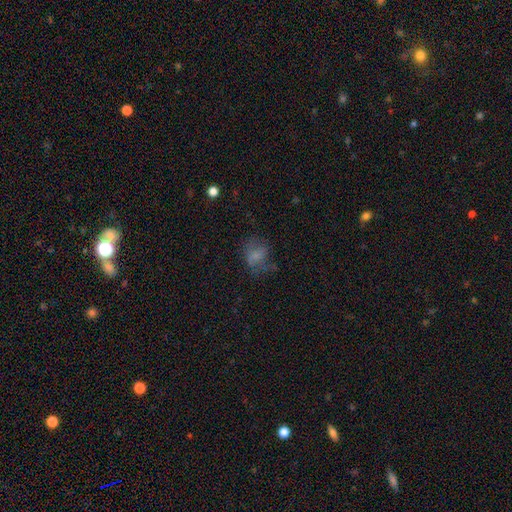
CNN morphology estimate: Smooth or featured?
  - smooth: 60% *
  - featured or disk: 25%
  - star or artifact: 15%
How rounded?
  - in between: 59% *
  - round: 39%
  - cigar-shaped: 2%
Merging?
  - none: 45% *
  - major disturbance: 28%
  - minor disturbance: 24%
  - merger: 3%